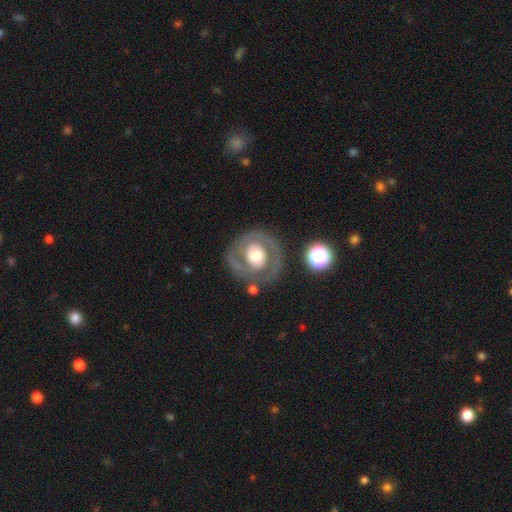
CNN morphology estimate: A featured or disk galaxy (64%) with no bar (76%), no spiral arms (51%) and a moderate central bulge (45%). Merging: none (74%).